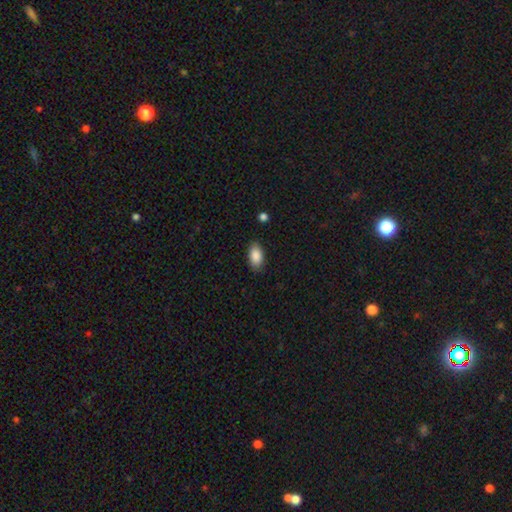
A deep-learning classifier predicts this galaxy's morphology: A smooth galaxy with no disk features (89%) that is in between round and cigar-shaped (93%).

Vote fractions:
- Smooth or featured? smooth: 89% / star or artifact: 7% / featured or disk: 5%
- How rounded? in between: 93% / round: 4% / cigar-shaped: 3%
- Merging? none: 87% / minor disturbance: 10% / major disturbance: 2% / merger: 1%